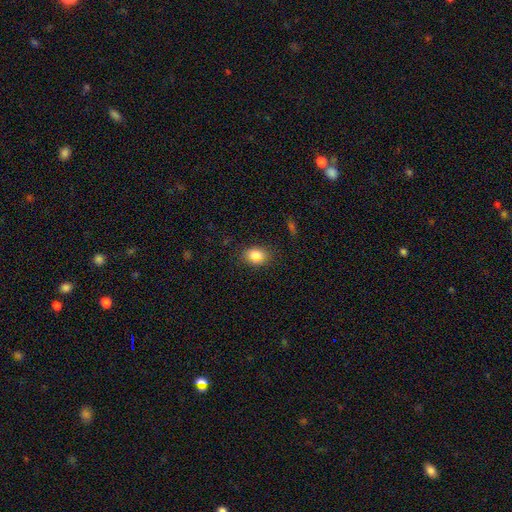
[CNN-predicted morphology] This is likely a smooth galaxy (75%). How rounded: likely in between (69%). Merging: clearly none (84%).